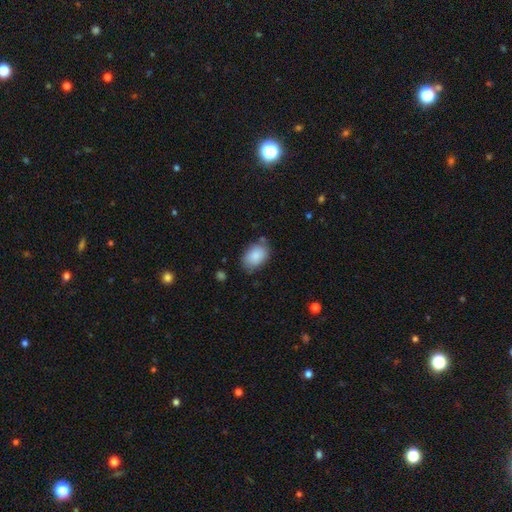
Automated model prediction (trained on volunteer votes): Q: Smooth or featured?
A: smooth (87%); runner-up: star or artifact (7%)
Q: How rounded?
A: in between (85%); runner-up: round (14%)
Q: Merging?
A: none (74%); runner-up: minor disturbance (18%)